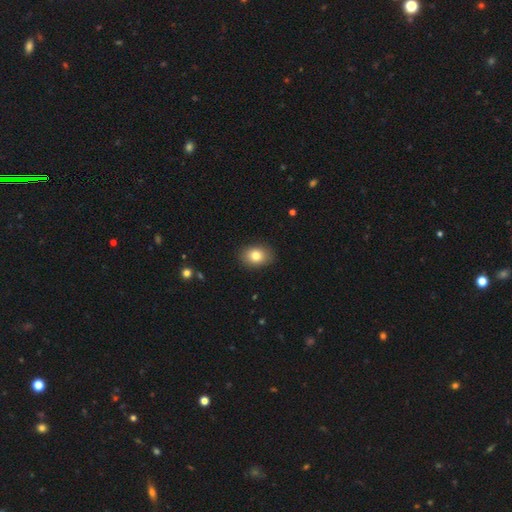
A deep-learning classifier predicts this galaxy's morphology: Smooth or featured?
  - smooth: 80% *
  - featured or disk: 10%
  - star or artifact: 9%
How rounded?
  - in between: 68% *
  - round: 31%
  - cigar-shaped: 1%
Merging?
  - none: 89% *
  - minor disturbance: 8%
  - major disturbance: 2%
  - merger: 1%